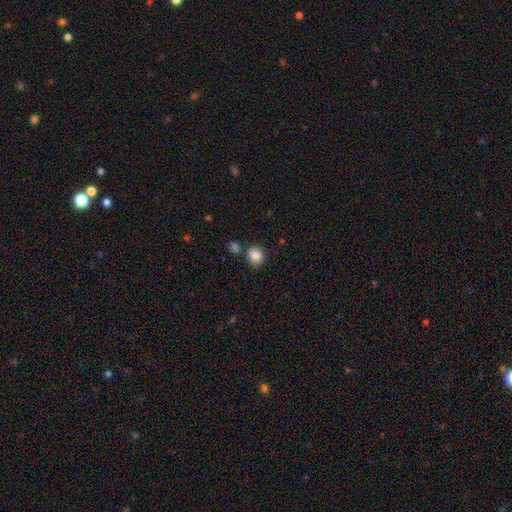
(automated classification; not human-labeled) Smooth or featured? Predicted: smooth (p=0.84). How rounded? Predicted: round (p=0.78). Merging? Predicted: none (p=0.78).